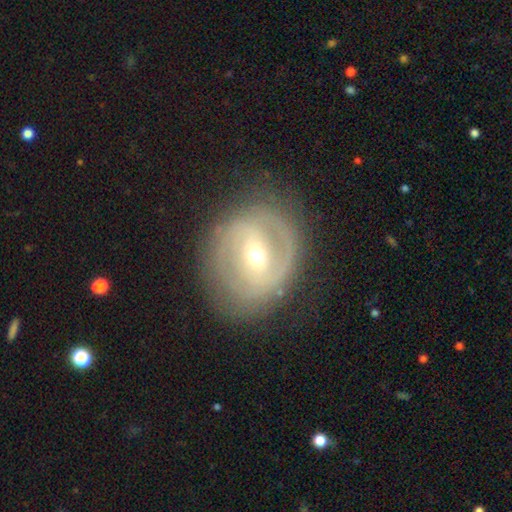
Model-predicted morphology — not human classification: smooth-or-featured: featured or disk: 78% | smooth: 16% | star or artifact: 6%
  disk-edge-on: no: 96% | yes: 4%
    bar: weak: 45% | strong: 30% | no: 25%
    has-spiral-arms: yes: 78% | no: 22%
      spiral-winding: tight: 50% | medium: 35% | loose: 14%
      spiral-arm-count: 2: 61% | can't tell: 21% | 1: 8% | 3: 6% | 4: 2% | more than 4: 2%
    bulge-size: moderate: 60% | small: 35% | large: 3% | dominant: 1% | none: 1%
  merging: none: 74% | minor disturbance: 17% | major disturbance: 8% | merger: 1%